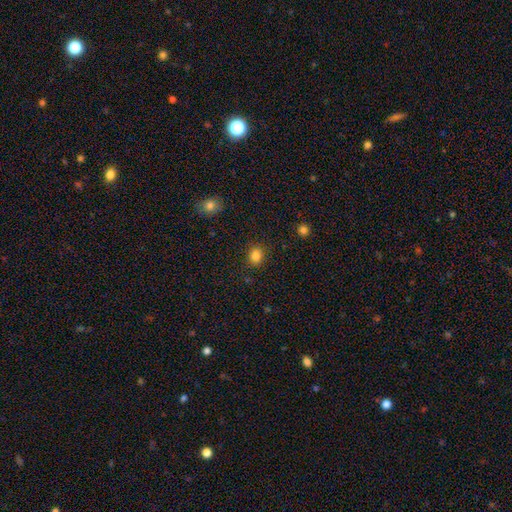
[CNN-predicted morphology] Smooth or featured? Predicted: smooth (p=0.84). How rounded? Predicted: round (p=0.64). Merging? Predicted: none (p=0.87).